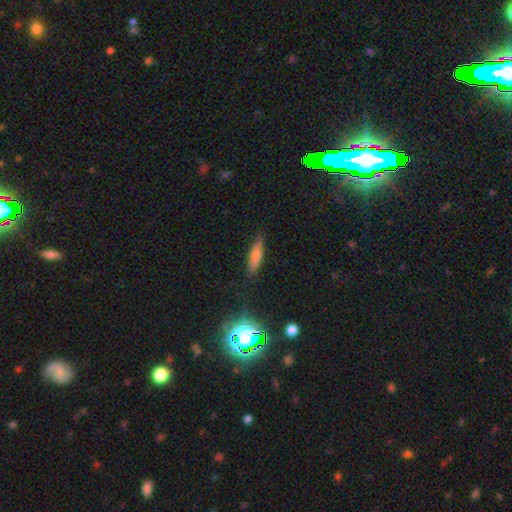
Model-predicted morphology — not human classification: This appears to be a smooth galaxy with no disk features (71%) that is cigar-shaped (72%). Merging: none (84%).